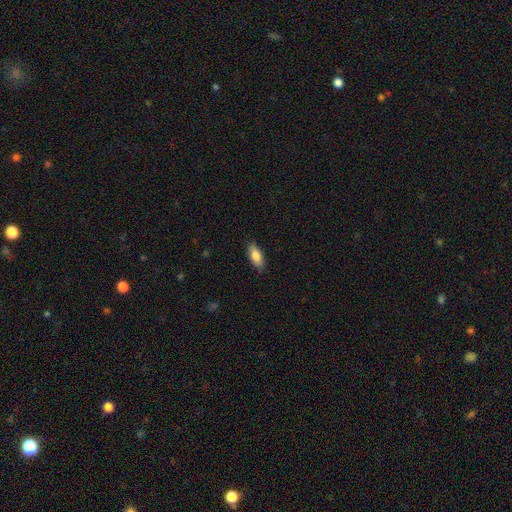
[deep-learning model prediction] smooth 82%, featured or disk 12%, star or artifact 6%. Down the decision tree: how rounded — in between (80%); merging — none (86%).